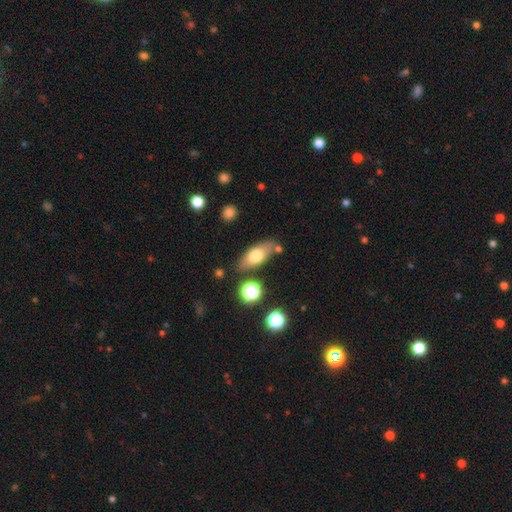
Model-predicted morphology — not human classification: smooth_or_featured: smooth (p=0.66) [alt: featured or disk p=0.26]
how_rounded: in between (p=0.75) [alt: cigar-shaped p=0.21]
merging: none (p=0.77) [alt: minor disturbance p=0.13]